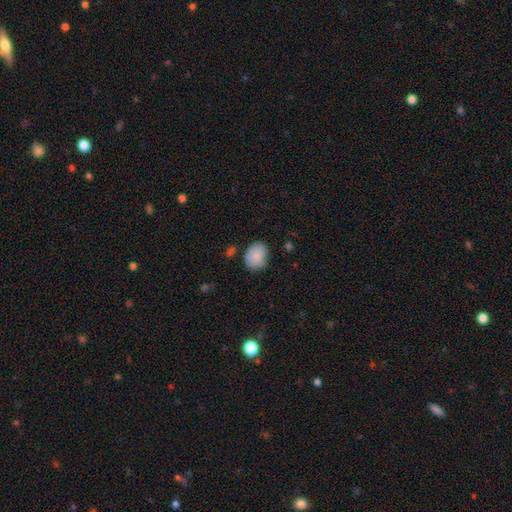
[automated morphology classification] The model was most divided on "how rounded": in between: 58%, round: 41%, cigar-shaped: 1%. More confident: smooth or featured — smooth (87%); merging — none (75%).